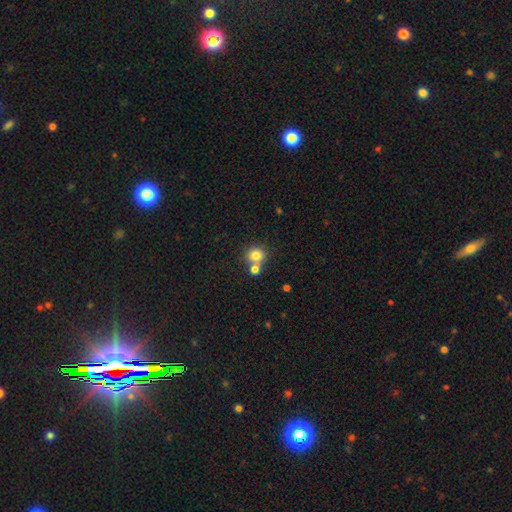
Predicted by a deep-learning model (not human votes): smooth-or-featured: smooth: 77% | star or artifact: 12% | featured or disk: 11%
  how-rounded: round: 78% | in between: 21% | cigar-shaped: 1%
  merging: none: 47% | merger: 42% | minor disturbance: 8% | major disturbance: 3%